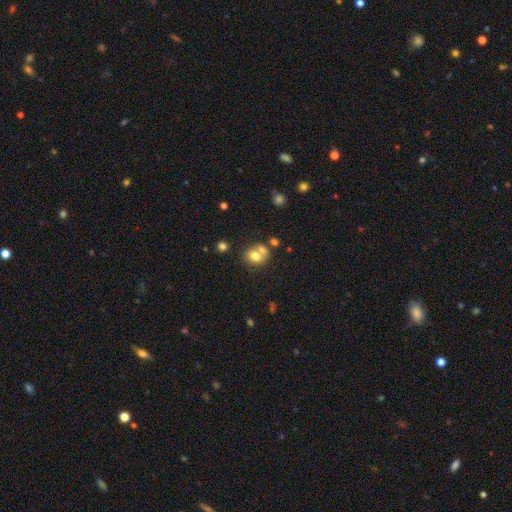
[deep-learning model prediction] Smooth or featured? Predicted: smooth (p=0.72). How rounded? Predicted: round (p=0.58). Merging? Predicted: merger (p=0.46).